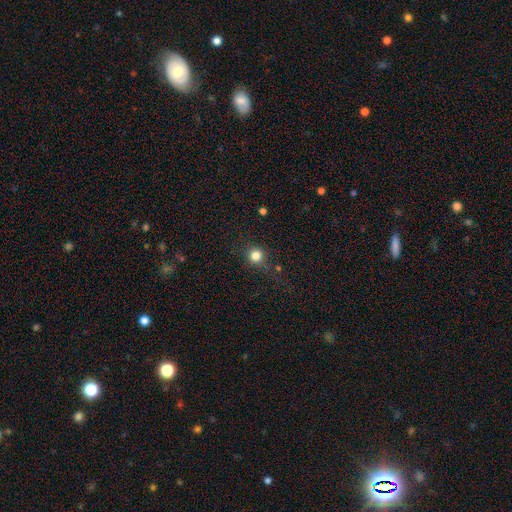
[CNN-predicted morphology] A smooth galaxy with no disk features (80%) that is round (92%). Merging: none (81%).